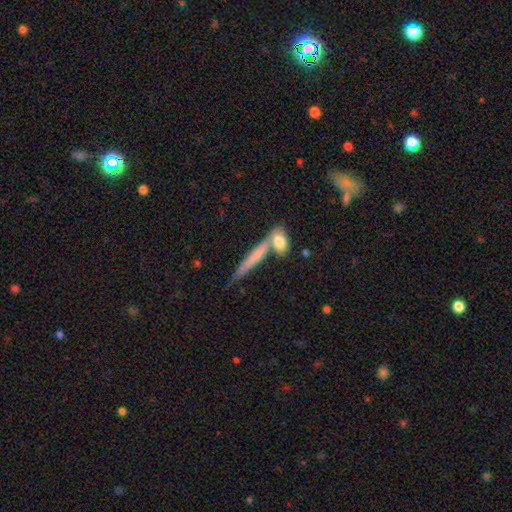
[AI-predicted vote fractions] smooth_or_featured: smooth (p=0.59) [alt: featured or disk p=0.34]
how_rounded: cigar-shaped (p=0.88) [alt: in between p=0.09]
merging: none (p=0.59) [alt: merger p=0.22]